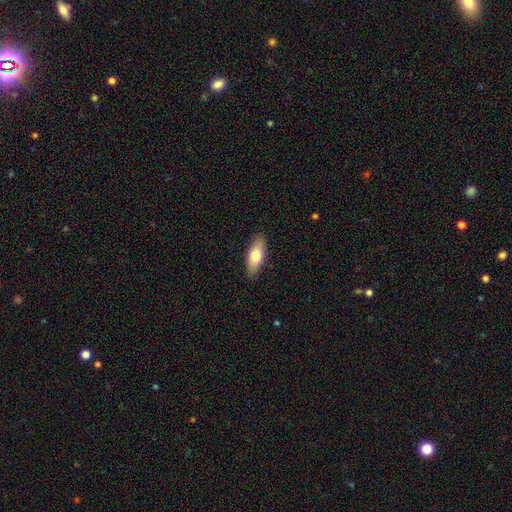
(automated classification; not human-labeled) Morphology: type=smooth (74%); roundness=in between (78%); merging=none (89%).